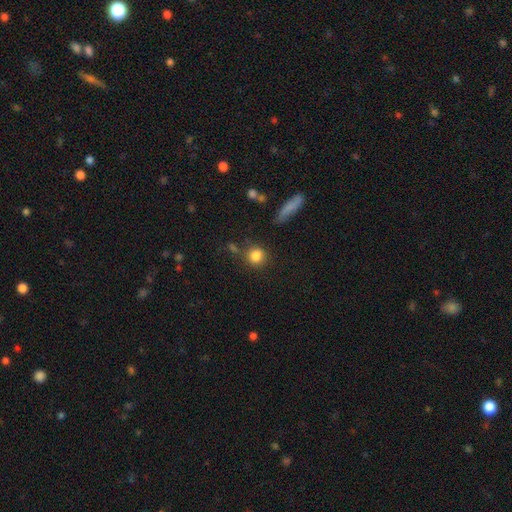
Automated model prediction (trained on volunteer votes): Q: Smooth or featured?
A: smooth (84%); runner-up: star or artifact (10%)
Q: How rounded?
A: round (86%); runner-up: in between (12%)
Q: Merging?
A: none (78%); runner-up: minor disturbance (11%)